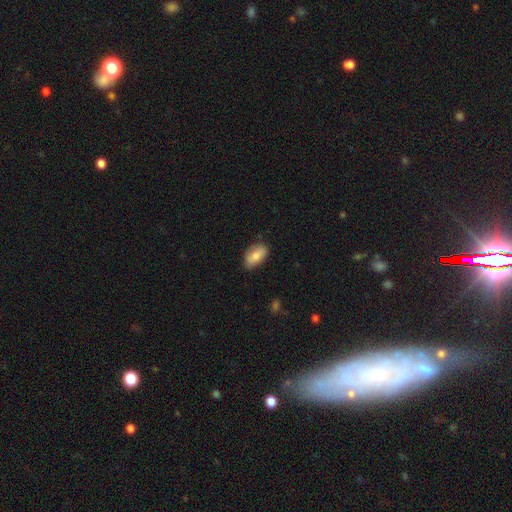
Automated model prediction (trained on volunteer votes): A smooth galaxy with no disk features (79%) that is in between round and cigar-shaped (92%). Merging: none (76%).